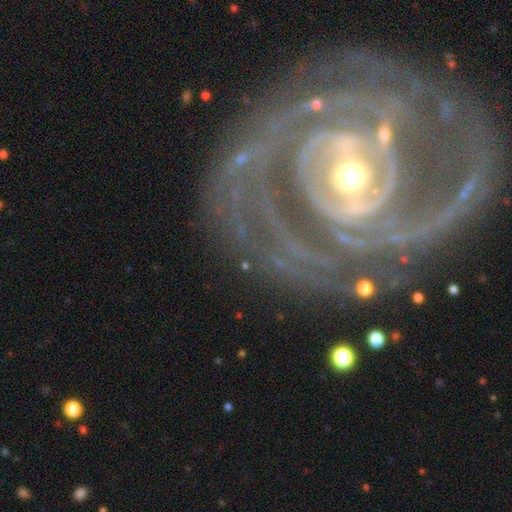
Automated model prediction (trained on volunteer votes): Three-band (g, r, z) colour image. It shows a featured or disk galaxy (90%) with a strong bar (37%), 2 (34%) tight (72%) spiral arms (95%) and a moderate central bulge (57%). Merging: none (73%).